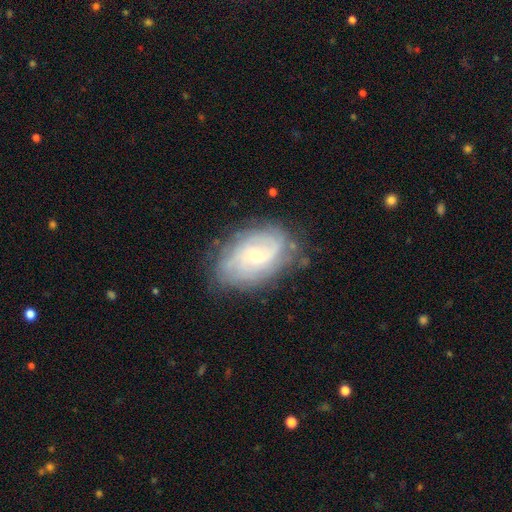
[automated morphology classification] Smooth or featured? Predicted: featured or disk (p=0.72). Edge-on disk? Predicted: no (p=0.95). Bar? Predicted: no (p=0.64). Spiral arms? Predicted: yes (p=0.88). Spiral winding? Predicted: tight (p=0.53). Spiral arm count? Predicted: can't tell (p=0.47). Bulge size? Predicted: small (p=0.67). Merging? Predicted: none (p=0.74).